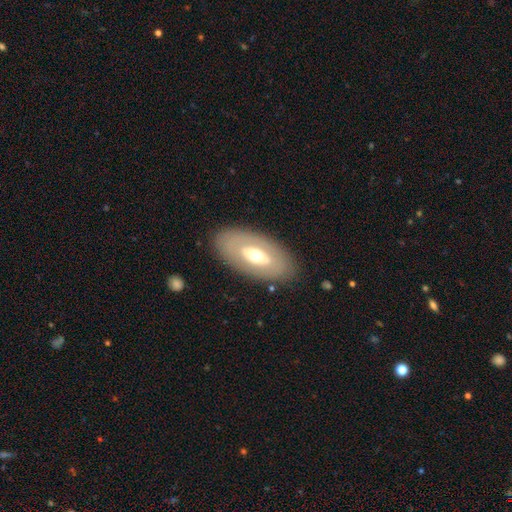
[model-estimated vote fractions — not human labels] A featured or disk galaxy (50%).

Vote fractions:
- Smooth or featured? featured or disk: 50% / smooth: 44% / star or artifact: 6%
- Edge-on disk? no: 84% / yes: 16%
- Merging? none: 84% / minor disturbance: 11% / major disturbance: 4% / merger: 1%